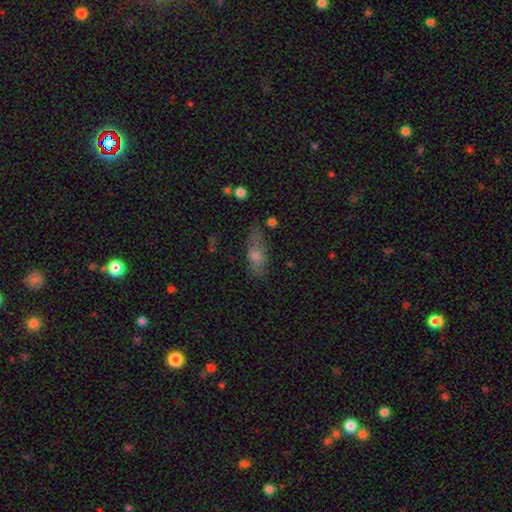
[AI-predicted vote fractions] Overall: smooth (60%; featured or disk 26%). How rounded: in between (63%; cigar-shaped 32%). Merging: none (69%).